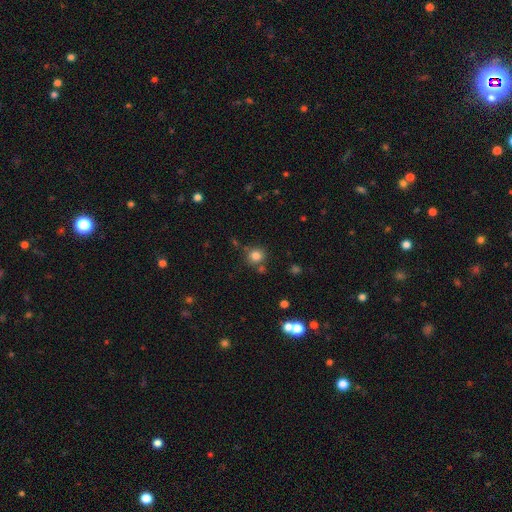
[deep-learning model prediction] A smooth galaxy with no disk features (82%) that is round (88%). Merging: none (77%).